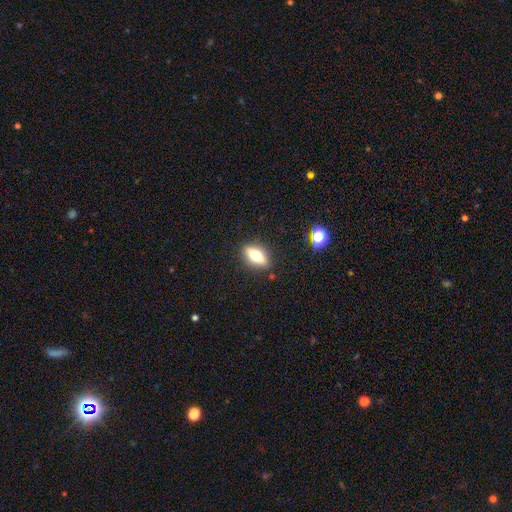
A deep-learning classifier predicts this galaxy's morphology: This appears to be a smooth galaxy with no disk features (54%) that is in between round and cigar-shaped (70%). Merging: none (86%).